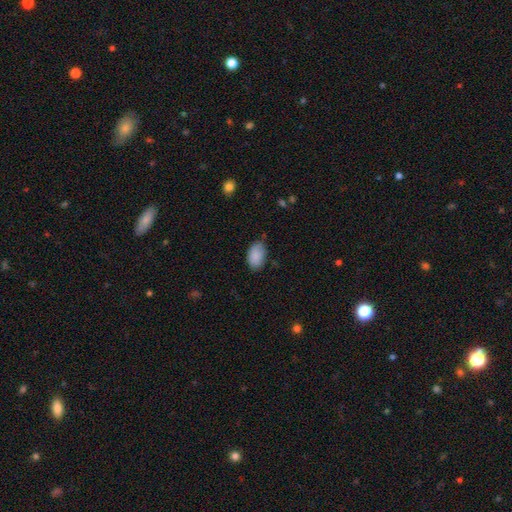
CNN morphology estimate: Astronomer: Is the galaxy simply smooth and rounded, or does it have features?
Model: smooth — 89%.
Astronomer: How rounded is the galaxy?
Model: in between — 93%.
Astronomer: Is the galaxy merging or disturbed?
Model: none — 75%.